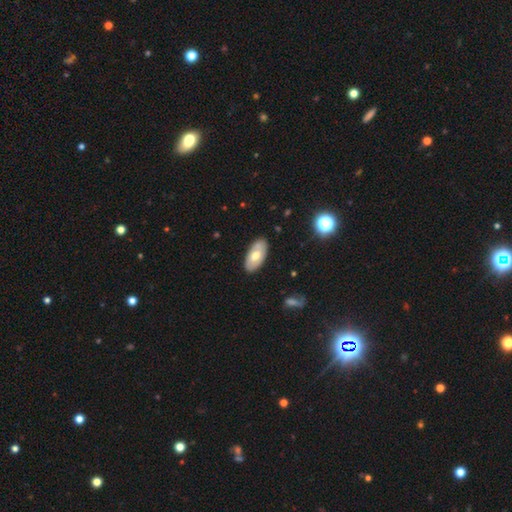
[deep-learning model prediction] smooth 53%, featured or disk 41%, star or artifact 6%. Down the decision tree: how rounded — in between (93%); merging — none (84%).